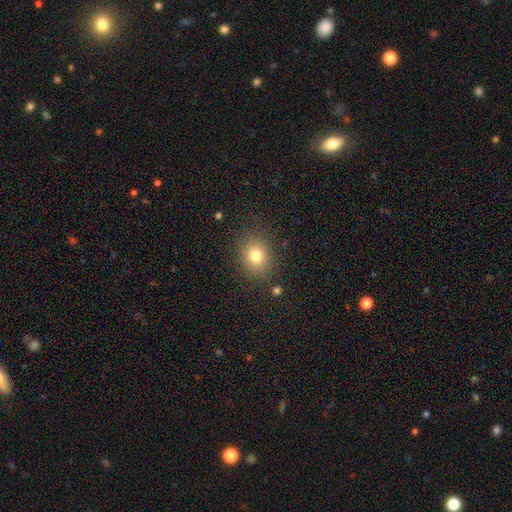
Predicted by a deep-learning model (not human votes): Morphology: type=smooth (78%); roundness=round (65%); merging=none (85%).